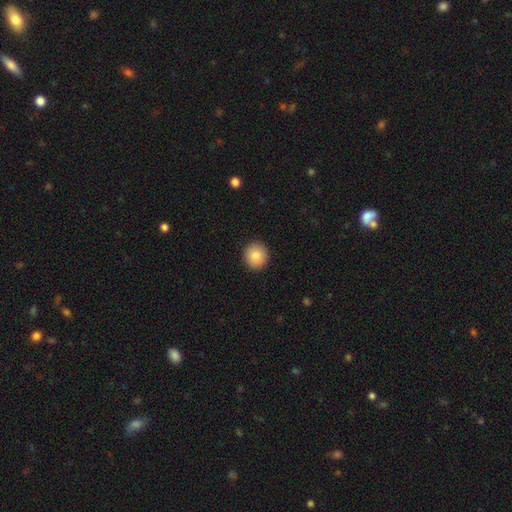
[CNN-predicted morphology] Smooth or featured?
  - smooth: 87% *
  - star or artifact: 8%
  - featured or disk: 6%
How rounded?
  - round: 89% *
  - in between: 10%
  - cigar-shaped: 1%
Merging?
  - none: 92% *
  - minor disturbance: 6%
  - major disturbance: 2%
  - merger: 1%